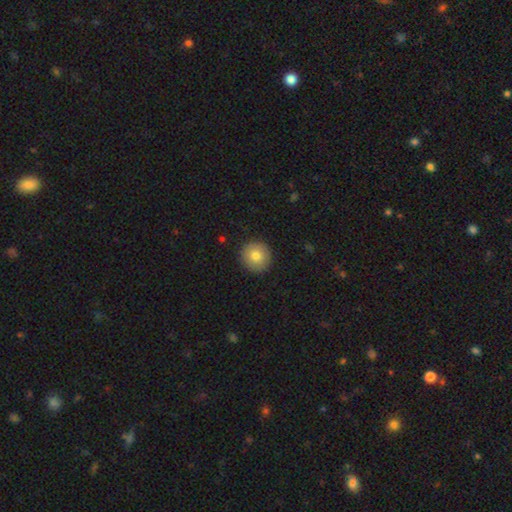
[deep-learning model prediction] Smooth or featured?
  - smooth: 80% *
  - featured or disk: 12%
  - star or artifact: 8%
How rounded?
  - round: 94% *
  - in between: 5%
  - cigar-shaped: 1%
Merging?
  - none: 91% *
  - minor disturbance: 6%
  - major disturbance: 2%
  - merger: 1%